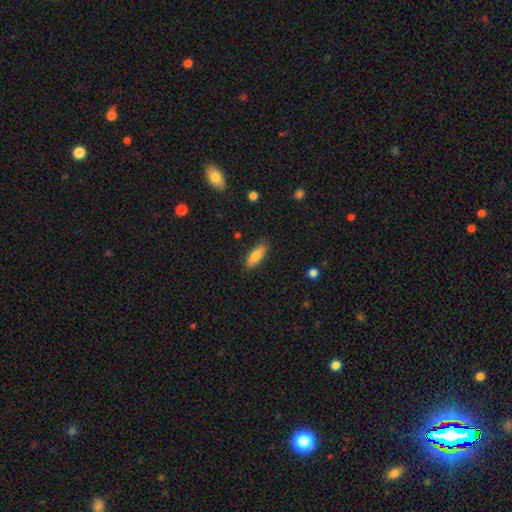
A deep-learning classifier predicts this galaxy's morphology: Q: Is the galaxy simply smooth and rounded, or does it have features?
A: smooth — 82%.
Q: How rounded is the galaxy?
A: in between — 72%.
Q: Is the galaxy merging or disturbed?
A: none — 86%.